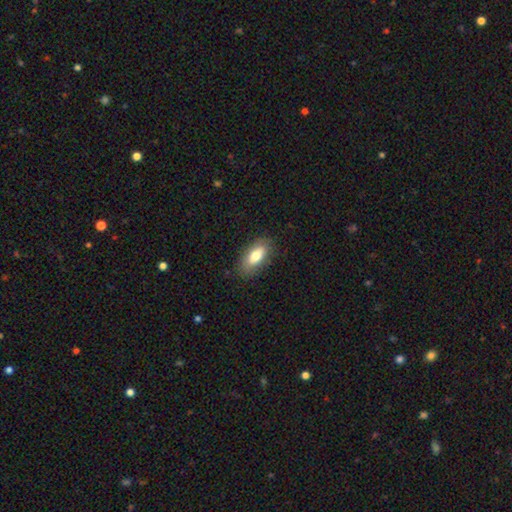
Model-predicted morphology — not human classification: Smooth or featured? smooth (73%)
How rounded? in between (85%)
Merging? none (81%)